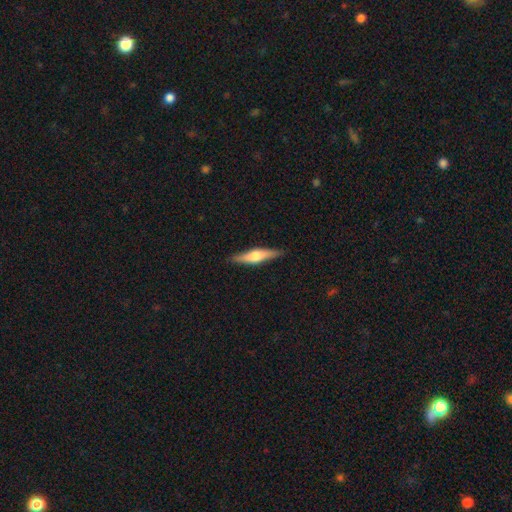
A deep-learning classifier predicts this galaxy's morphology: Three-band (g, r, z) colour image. It shows a featured or disk galaxy (54%) viewed edge-on (94%) with a rounded central bulge (90%). Merging: none (89%).